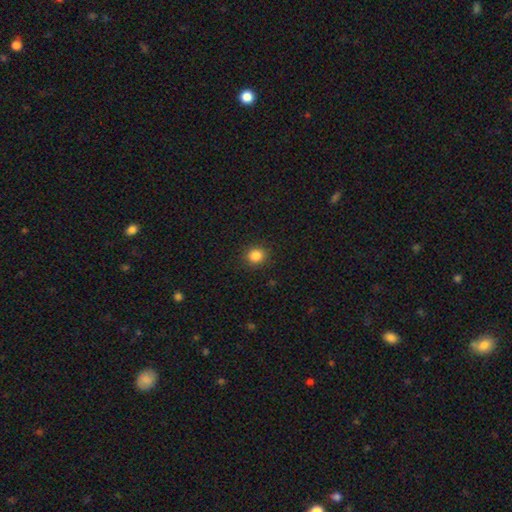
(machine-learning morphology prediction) Smooth or featured?
  - smooth: 85% *
  - star or artifact: 11%
  - featured or disk: 4%
How rounded?
  - round: 85% *
  - in between: 14%
  - cigar-shaped: 1%
Merging?
  - none: 90% *
  - minor disturbance: 7%
  - major disturbance: 2%
  - merger: 1%